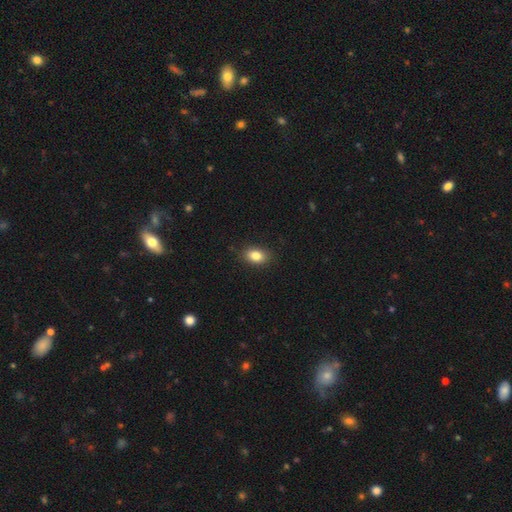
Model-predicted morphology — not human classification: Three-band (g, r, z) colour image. It shows a smooth galaxy with no disk features (84%) that is in between round and cigar-shaped (82%). Merging: none (88%).